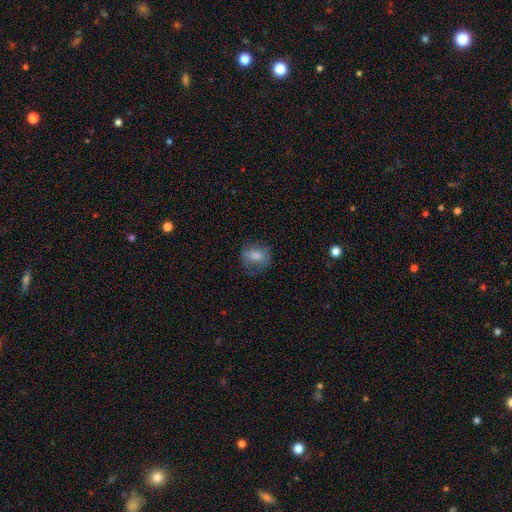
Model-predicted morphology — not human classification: The model was most divided on "how rounded": round: 54%, in between: 44%, cigar-shaped: 2%. More confident: smooth or featured — smooth (66%); merging — none (65%).